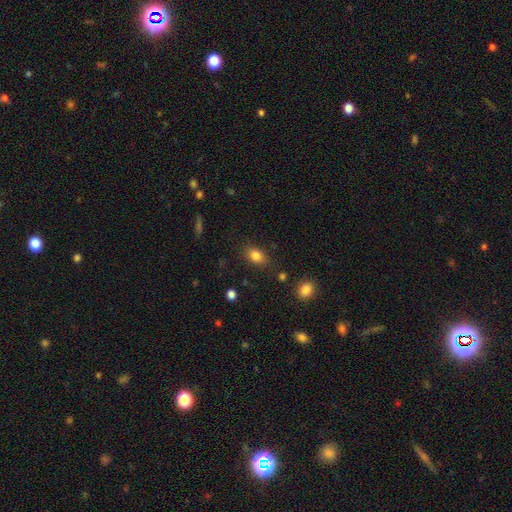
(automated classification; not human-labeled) This is clearly a smooth galaxy (83%). How rounded: likely in between (78%). Merging: clearly none (82%).